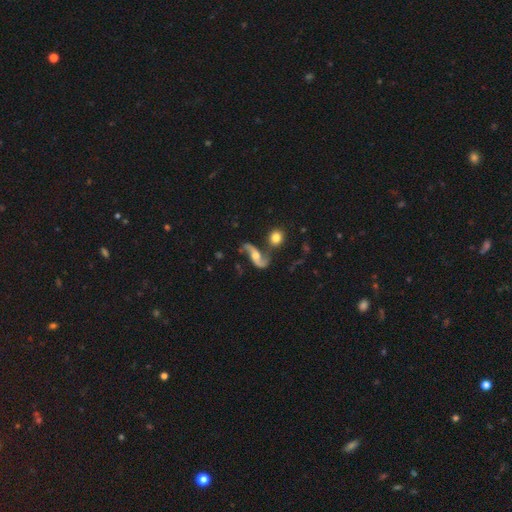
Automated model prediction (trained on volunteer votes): This appears to be a featured or disk galaxy (84%) with no bar (55%), 2 (93%) loose (79%) spiral arms (95%) and a moderate central bulge (60%). Merging: none (56%).